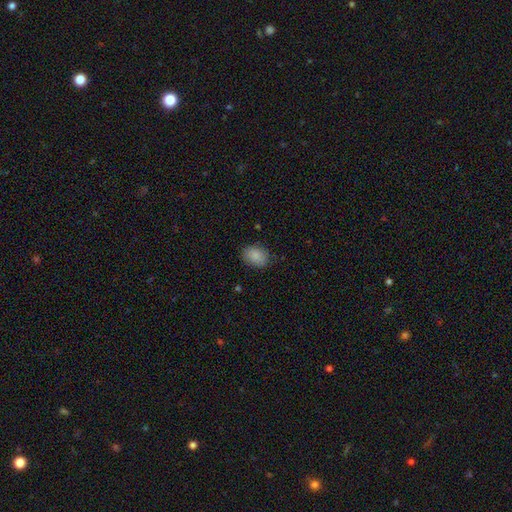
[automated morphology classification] The model was most divided on "how rounded": in between: 60%, round: 39%, cigar-shaped: 1%. More confident: smooth or featured — smooth (87%); merging — none (82%).